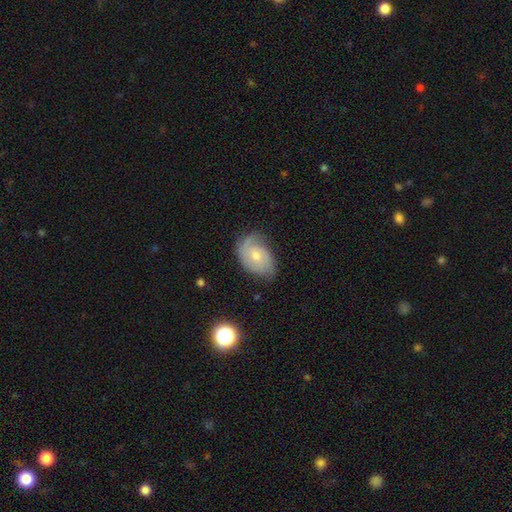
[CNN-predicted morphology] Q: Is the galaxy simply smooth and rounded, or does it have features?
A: featured or disk — 57%.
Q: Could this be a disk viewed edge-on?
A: no — 96%.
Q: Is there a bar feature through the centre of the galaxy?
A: no — 76%.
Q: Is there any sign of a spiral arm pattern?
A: yes — 84%.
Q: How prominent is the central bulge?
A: small — 48%.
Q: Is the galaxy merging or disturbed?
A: none — 59%.